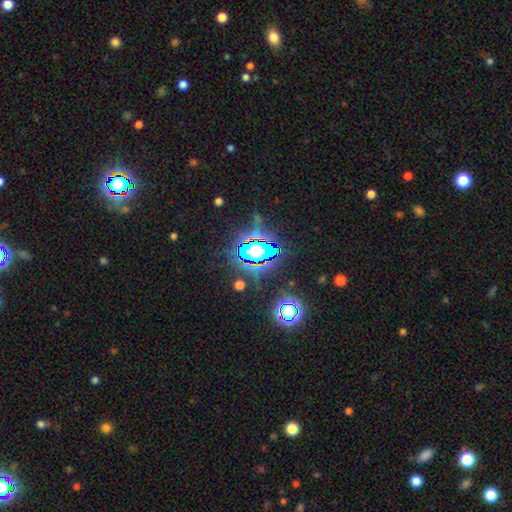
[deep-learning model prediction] This appears to be a star or artifact, not a galaxy (78%).